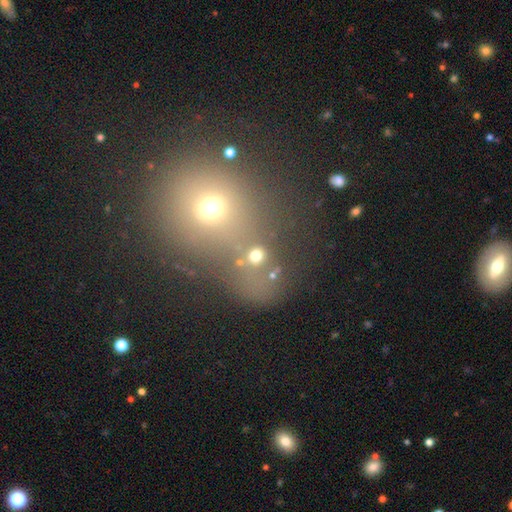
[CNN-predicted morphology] A smooth galaxy with no disk features (62%) that is round (69%). Merging: none (44%).